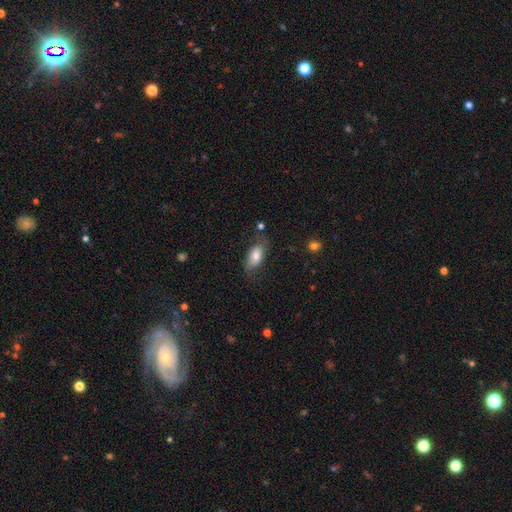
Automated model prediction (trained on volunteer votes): Q: Smooth or featured?
A: smooth (74%); runner-up: featured or disk (19%)
Q: How rounded?
A: in between (89%); runner-up: cigar-shaped (7%)
Q: Merging?
A: none (62%); runner-up: minor disturbance (25%)